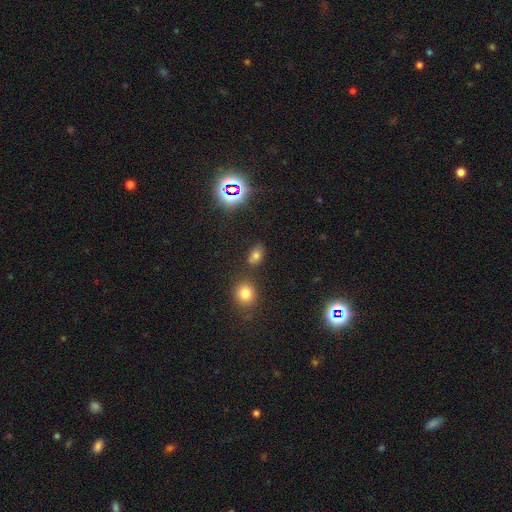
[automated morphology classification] smooth_or_featured: smooth (p=0.66) [alt: star or artifact p=0.24]
how_rounded: in between (p=0.78) [alt: round p=0.19]
merging: none (p=0.73) [alt: minor disturbance p=0.13]